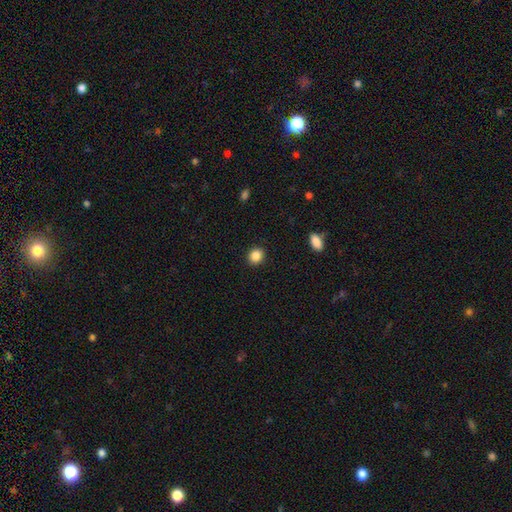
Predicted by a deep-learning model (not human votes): Smooth or featured? smooth (87%)
How rounded? round (76%)
Merging? none (91%)